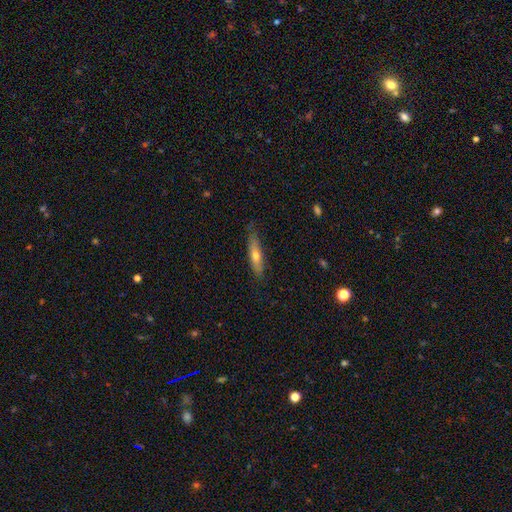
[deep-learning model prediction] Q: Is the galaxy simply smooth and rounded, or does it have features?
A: smooth — 58%.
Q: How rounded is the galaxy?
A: cigar-shaped — 76%.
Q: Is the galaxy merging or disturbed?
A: none — 77%.